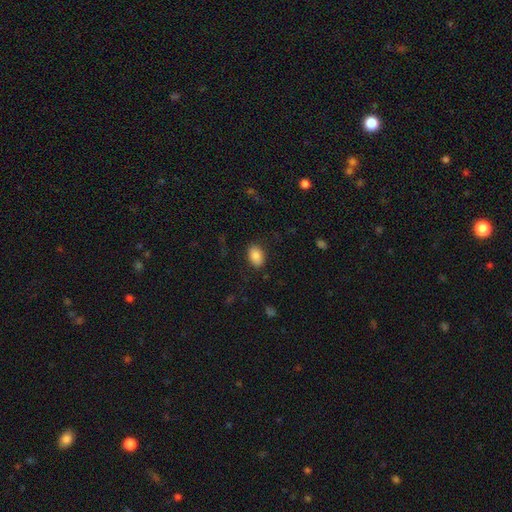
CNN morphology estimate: smooth-or-featured: smooth: 86% | star or artifact: 8% | featured or disk: 6%
  how-rounded: in between: 88% | round: 11% | cigar-shaped: 1%
  merging: none: 85% | minor disturbance: 11% | major disturbance: 4% | merger: 1%